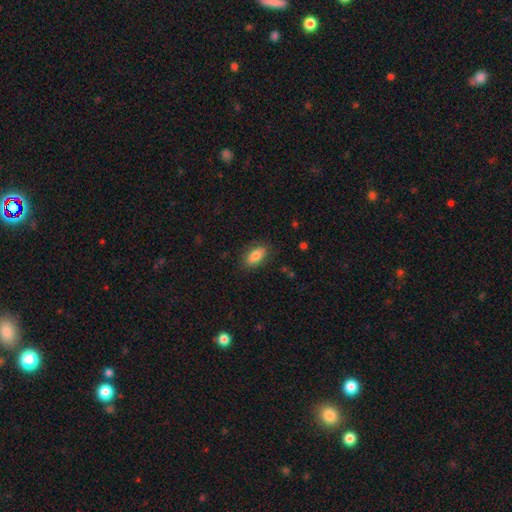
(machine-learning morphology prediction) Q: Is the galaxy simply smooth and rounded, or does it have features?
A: smooth — 81%.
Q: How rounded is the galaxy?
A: in between — 87%.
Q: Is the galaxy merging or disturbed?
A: none — 84%.